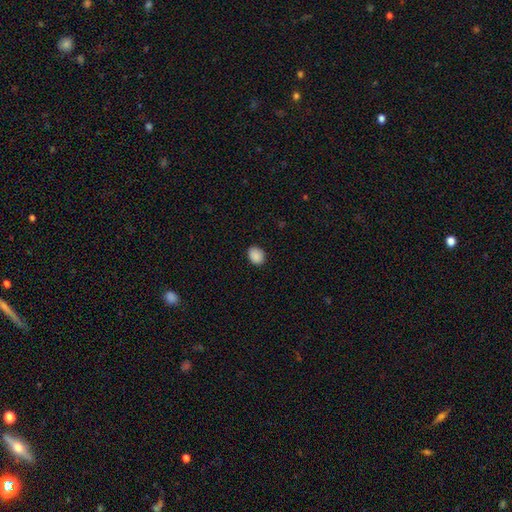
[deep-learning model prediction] This is clearly a smooth galaxy (89%). How rounded: likely in between (60%). Merging: clearly none (88%).